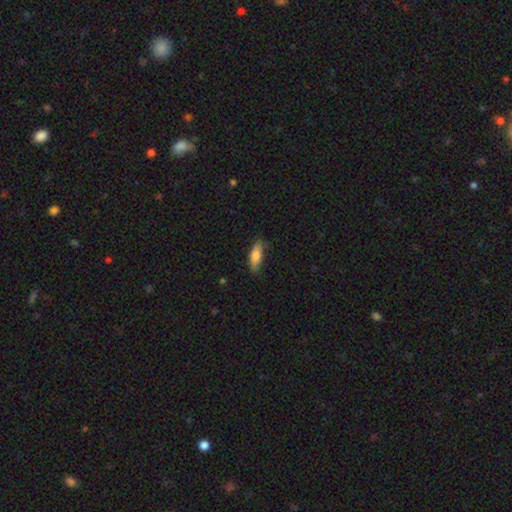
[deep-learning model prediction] The model was most divided on "how rounded": in between: 63%, cigar-shaped: 34%, round: 2%. More confident: smooth or featured — smooth (79%); merging — none (70%).